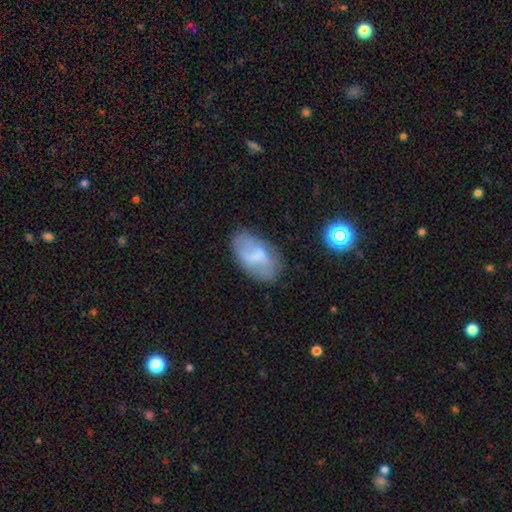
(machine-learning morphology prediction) A smooth galaxy with no disk features (49%).

Vote fractions:
- Smooth or featured? smooth: 49% / featured or disk: 42% / star or artifact: 9%
- Merging? none: 63% / minor disturbance: 23% / major disturbance: 10% / merger: 4%